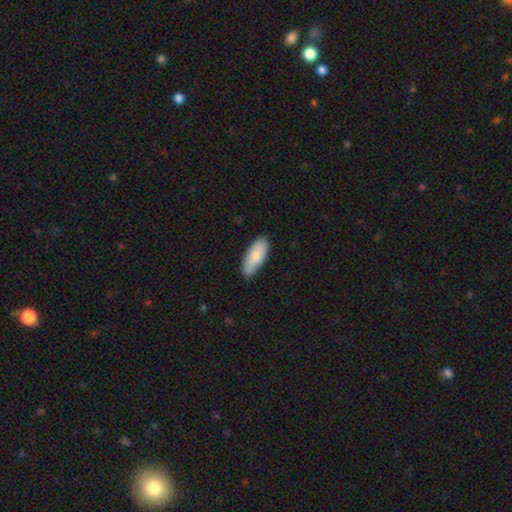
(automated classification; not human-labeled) smooth-or-featured: smooth: 84% | featured or disk: 11% | star or artifact: 5%
  how-rounded: in between: 77% | cigar-shaped: 21% | round: 2%
  merging: none: 82% | minor disturbance: 15% | major disturbance: 2% | merger: 1%